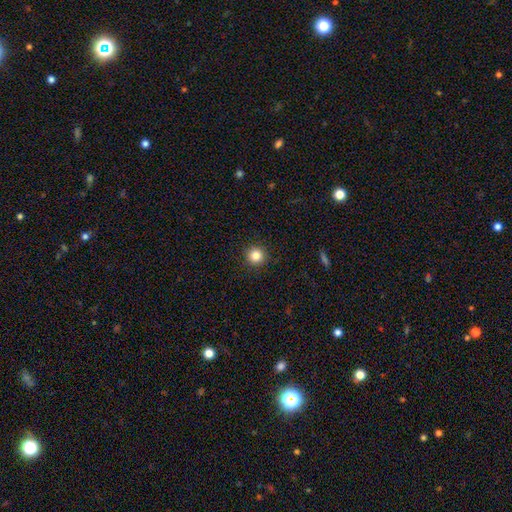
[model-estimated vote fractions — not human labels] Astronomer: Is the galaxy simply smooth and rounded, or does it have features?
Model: smooth — 84%.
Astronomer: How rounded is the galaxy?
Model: round — 95%.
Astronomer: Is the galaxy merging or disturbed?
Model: none — 92%.